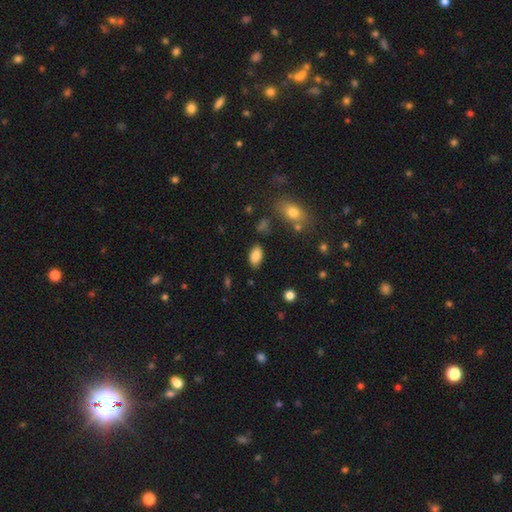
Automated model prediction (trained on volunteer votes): The model was most divided on "merging": none: 84%, minor disturbance: 11%, major disturbance: 3%, merger: 2%. More confident: how rounded — in between (93%); smooth or featured — smooth (87%).